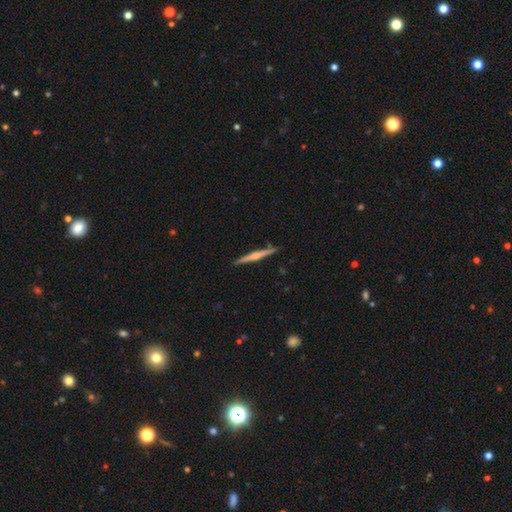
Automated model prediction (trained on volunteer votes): This is likely a featured or disk galaxy (60%). It is clearly viewed edge-on (98%). Edge-on bulge: likely rounded (64%). Merging: clearly none (90%).